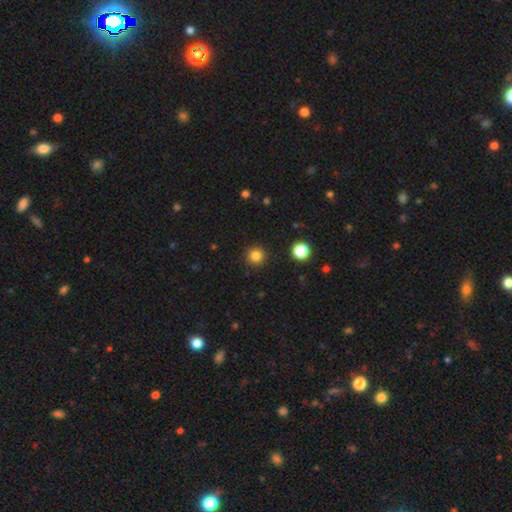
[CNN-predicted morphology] smooth 83%, star or artifact 13%, featured or disk 4%. Down the decision tree: how rounded — round (95%); merging — none (92%).